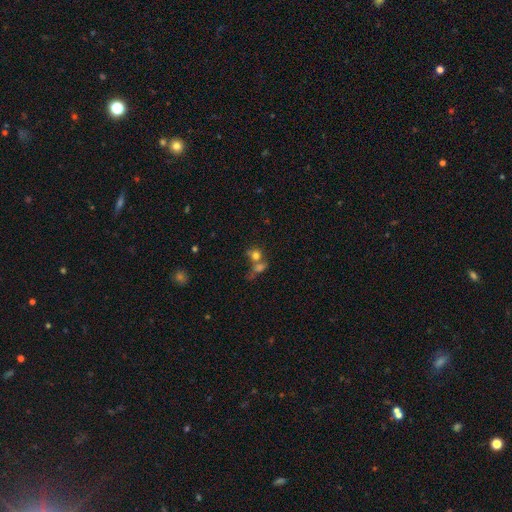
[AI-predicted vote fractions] Smooth or featured: smooth — 71% (star or artifact — 15%)
How rounded: round — 69% (in between — 29%)
Merging: merger — 47% (none — 35%)